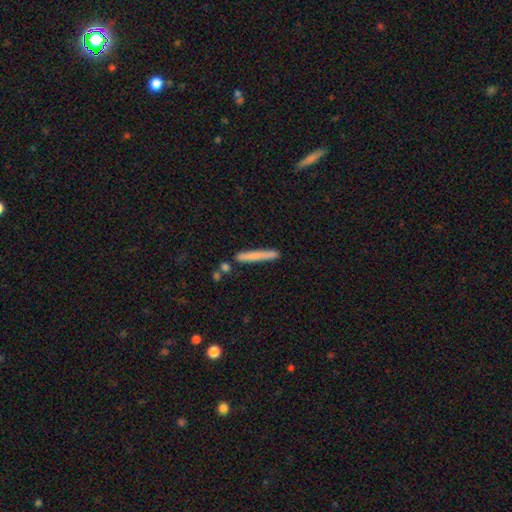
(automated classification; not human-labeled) smooth 71%, featured or disk 22%, star or artifact 7%. Down the decision tree: how rounded — cigar-shaped (96%); merging — none (81%).